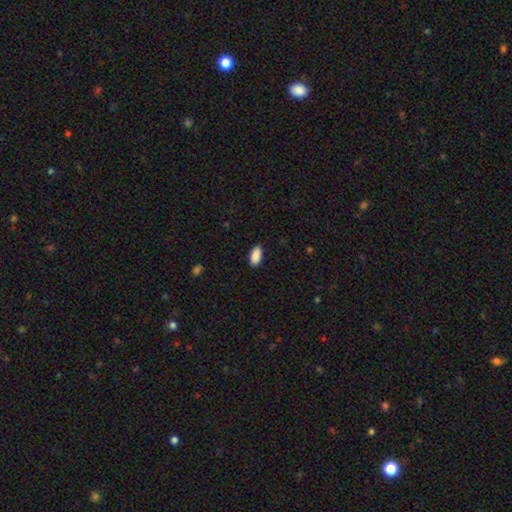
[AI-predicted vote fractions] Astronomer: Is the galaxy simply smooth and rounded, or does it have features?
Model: smooth — 90%.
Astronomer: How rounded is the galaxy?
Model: in between — 93%.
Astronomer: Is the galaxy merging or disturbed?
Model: none — 87%.